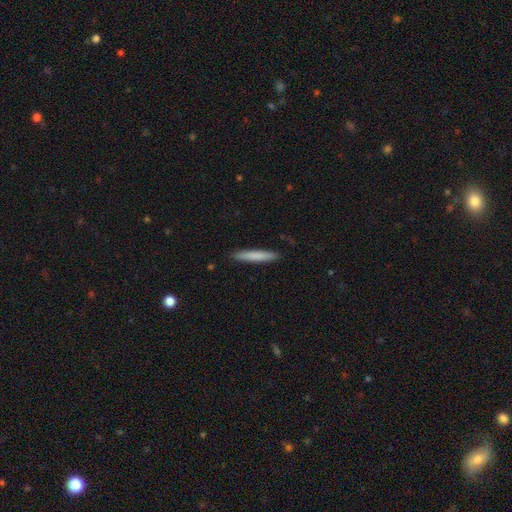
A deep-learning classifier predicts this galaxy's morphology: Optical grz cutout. It shows a smooth galaxy with no disk features (78%) that is cigar-shaped (95%). Merging: none (90%).